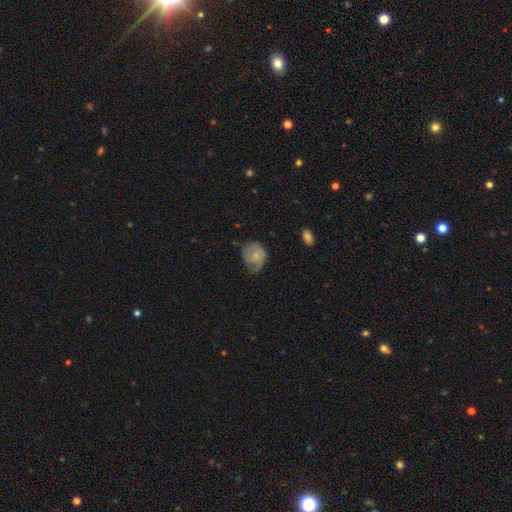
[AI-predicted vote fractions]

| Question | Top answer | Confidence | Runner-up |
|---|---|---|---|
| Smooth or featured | smooth | 60% | featured or disk (33%) |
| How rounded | round | 55% | in between (44%) |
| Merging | none | 47% | minor disturbance (37%) |